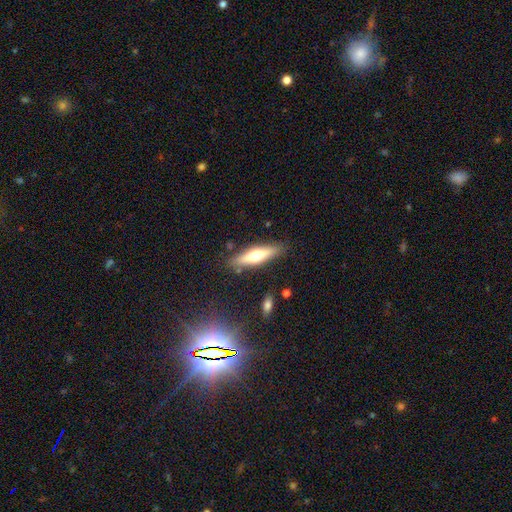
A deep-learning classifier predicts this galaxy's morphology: smooth-or-featured: smooth: 48% | featured or disk: 46% | star or artifact: 6%
  merging: none: 85% | minor disturbance: 10% | merger: 3% | major disturbance: 2%